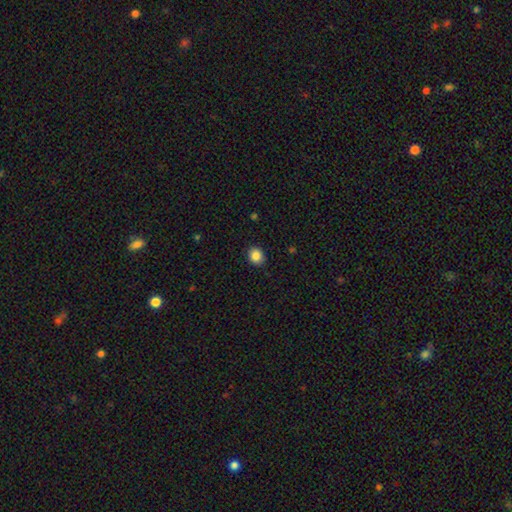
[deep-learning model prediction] Smooth or featured?
  - smooth: 87% *
  - star or artifact: 10%
  - featured or disk: 4%
How rounded?
  - round: 77% *
  - in between: 22%
  - cigar-shaped: 1%
Merging?
  - none: 91% *
  - minor disturbance: 6%
  - major disturbance: 2%
  - merger: 1%